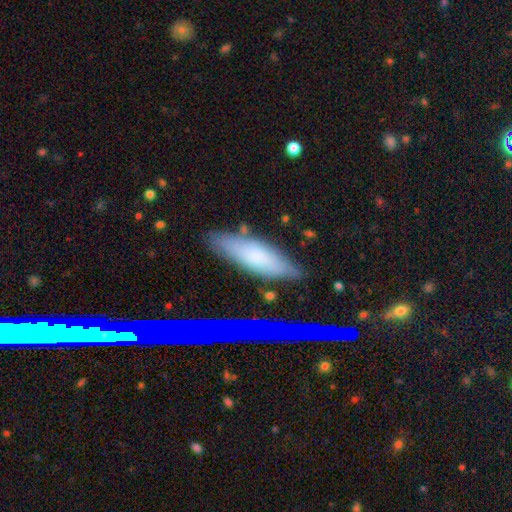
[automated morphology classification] smooth 71%, featured or disk 20%, star or artifact 9%. Down the decision tree: how rounded — in between (51%); merging — none (82%).